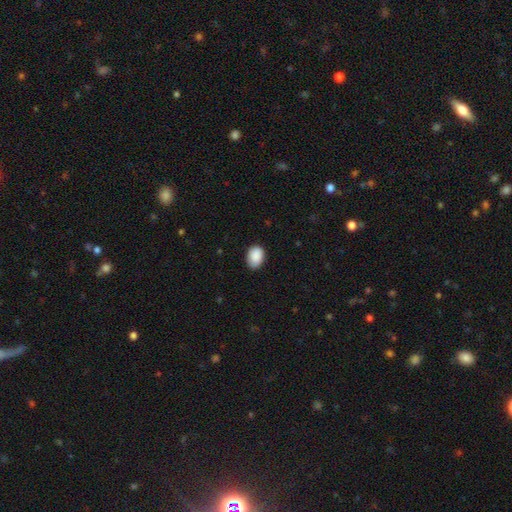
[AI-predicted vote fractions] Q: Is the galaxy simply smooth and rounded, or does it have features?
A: smooth — 90%.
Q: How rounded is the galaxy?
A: in between — 80%.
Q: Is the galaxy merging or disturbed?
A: none — 80%.